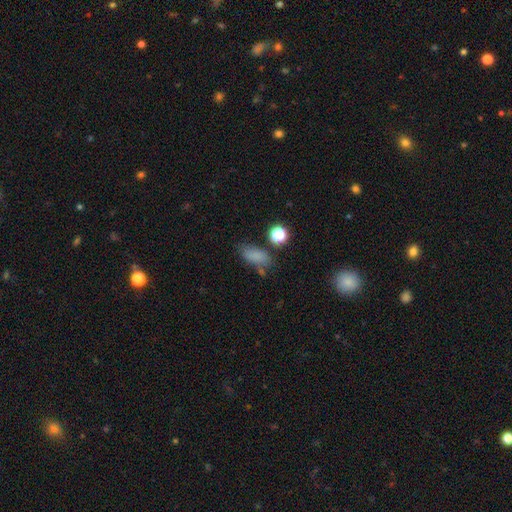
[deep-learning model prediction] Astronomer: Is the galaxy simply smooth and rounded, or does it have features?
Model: smooth — 77%.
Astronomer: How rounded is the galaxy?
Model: in between — 82%.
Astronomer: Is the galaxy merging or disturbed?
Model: none — 61%.